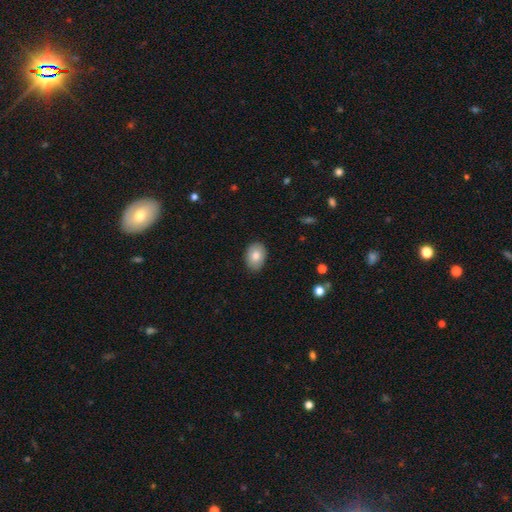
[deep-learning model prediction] smooth 82%, featured or disk 11%, star or artifact 7%. Down the decision tree: how rounded — in between (80%); merging — none (86%).